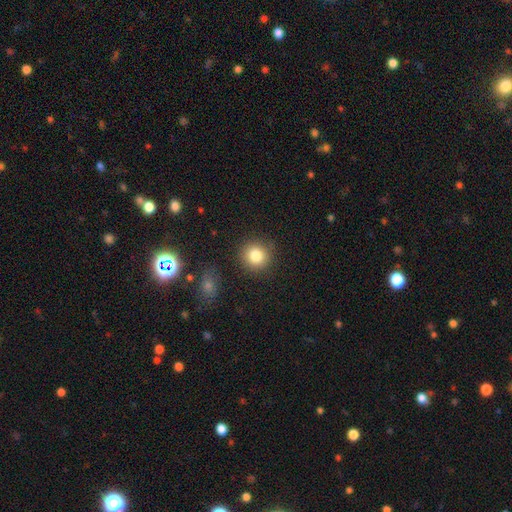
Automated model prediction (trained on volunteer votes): smooth_or_featured: smooth (p=0.82) [alt: star or artifact p=0.11]
how_rounded: round (p=0.91) [alt: in between p=0.08]
merging: none (p=0.88) [alt: minor disturbance p=0.07]